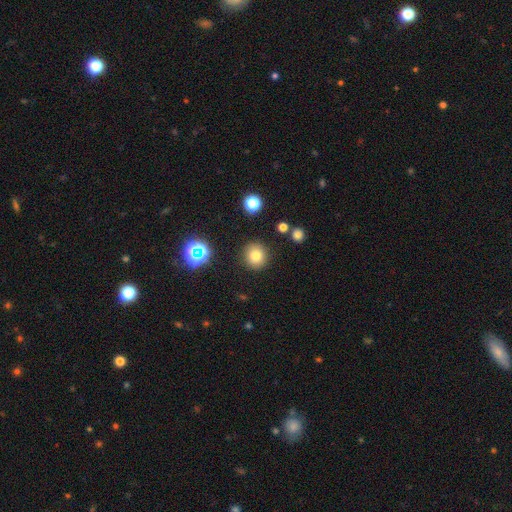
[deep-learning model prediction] Overall: smooth (77%). How rounded: round (90%). Merging: none (88%).